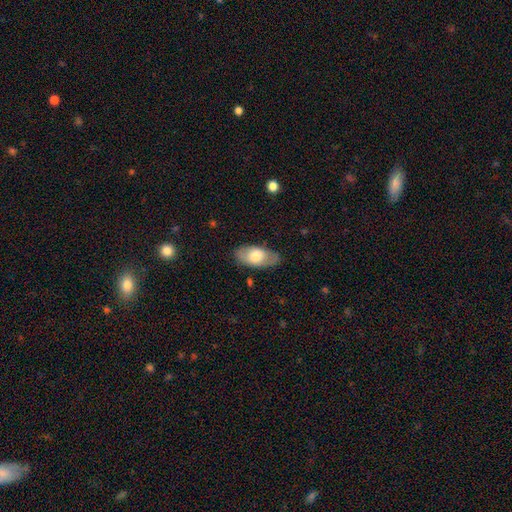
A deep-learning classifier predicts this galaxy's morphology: smooth_or_featured: smooth (p=0.68) [alt: featured or disk p=0.27]
how_rounded: in between (p=0.93) [alt: cigar-shaped p=0.04]
merging: none (p=0.81) [alt: minor disturbance p=0.14]